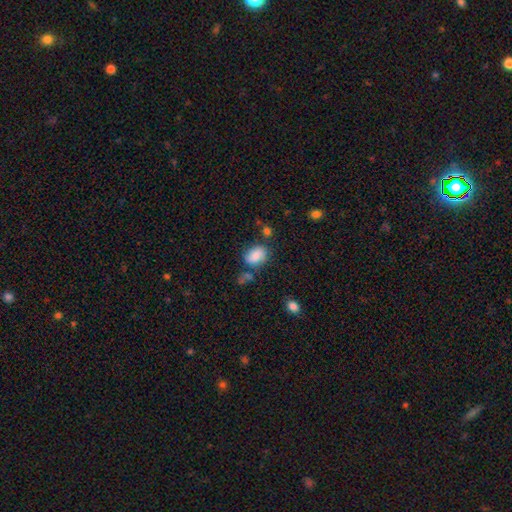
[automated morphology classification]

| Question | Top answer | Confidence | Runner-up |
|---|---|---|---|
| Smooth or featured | smooth | 85% | star or artifact (8%) |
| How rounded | in between | 78% | round (21%) |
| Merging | none | 63% | minor disturbance (21%) |